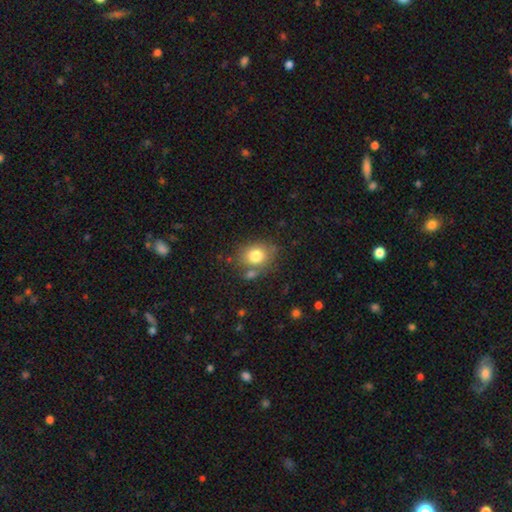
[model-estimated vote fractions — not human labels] Q: Smooth or featured?
A: smooth (79%); runner-up: featured or disk (11%)
Q: How rounded?
A: round (57%); runner-up: in between (42%)
Q: Merging?
A: none (66%); runner-up: minor disturbance (15%)